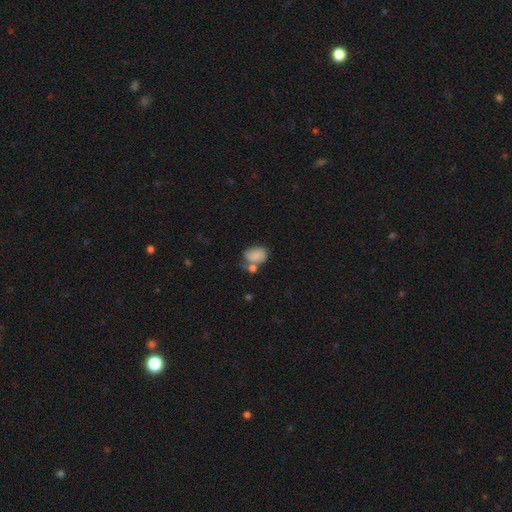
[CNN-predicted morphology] smooth_or_featured: smooth (p=0.72) [alt: featured or disk p=0.19]
how_rounded: in between (p=0.73) [alt: round p=0.26]
merging: none (p=0.34) [alt: merger p=0.30]